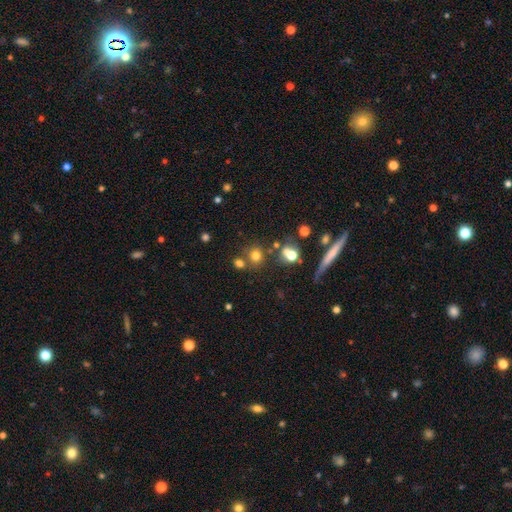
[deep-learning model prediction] Morphology: type=smooth (71%); roundness=round (84%); merging=none (67%).